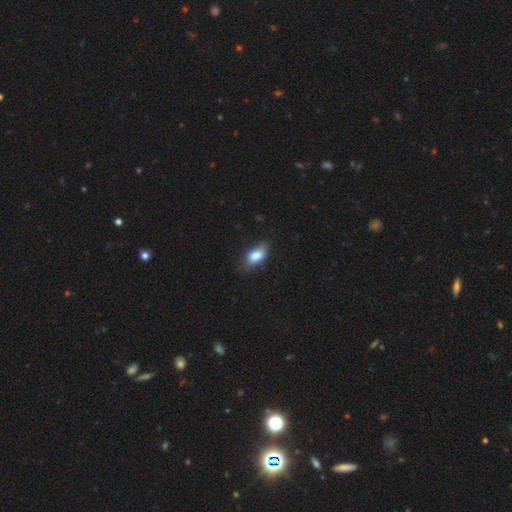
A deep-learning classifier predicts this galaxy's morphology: This is clearly a smooth galaxy (81%). How rounded: clearly in between (86%). Merging: likely none (69%).